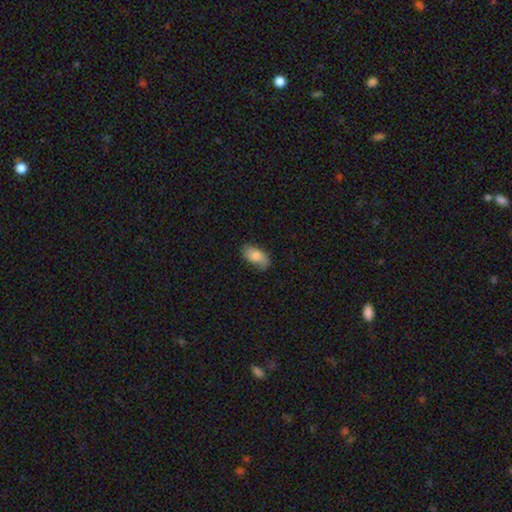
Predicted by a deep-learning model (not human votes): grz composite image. It shows a smooth galaxy with no disk features (73%) that is in between round and cigar-shaped (93%). Merging: none (64%).